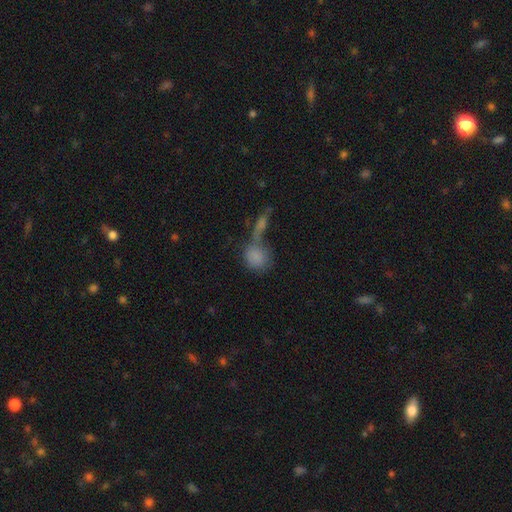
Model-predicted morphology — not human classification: Smooth or featured: smooth — 79% (featured or disk — 11%)
How rounded: round — 61% (in between — 35%)
Merging: merger — 48% (none — 32%)